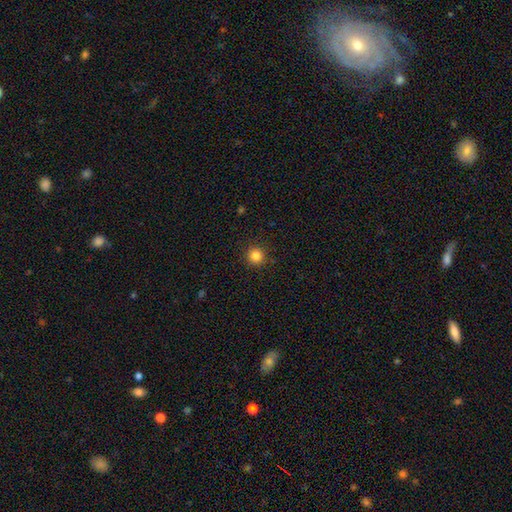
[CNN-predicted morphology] Q: Smooth or featured?
A: smooth (84%); runner-up: star or artifact (12%)
Q: How rounded?
A: round (95%); runner-up: in between (4%)
Q: Merging?
A: none (91%); runner-up: minor disturbance (6%)